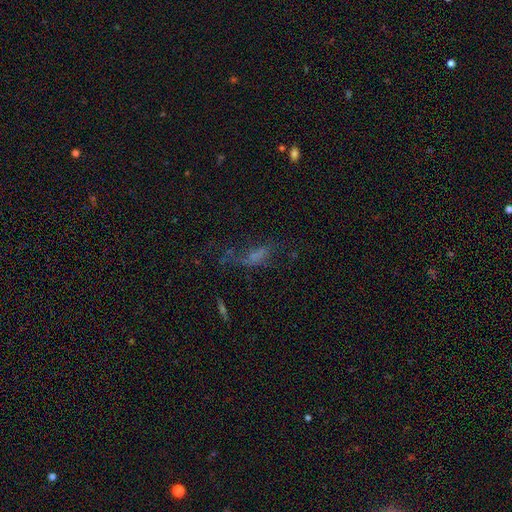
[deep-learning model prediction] Q: Smooth or featured?
A: smooth (46%); runner-up: featured or disk (31%)
Q: Merging?
A: major disturbance (38%); runner-up: none (35%)